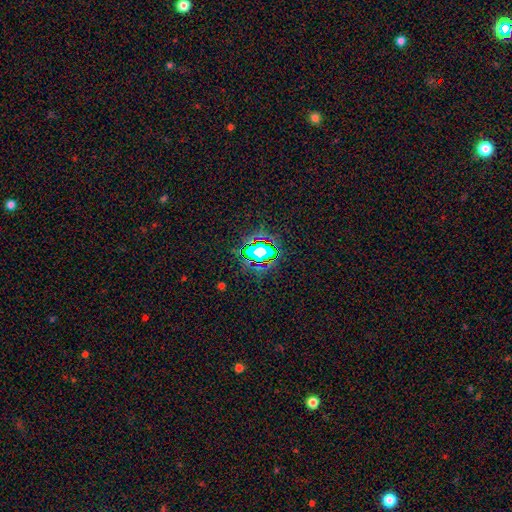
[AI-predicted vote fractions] A star or artifact, not a galaxy (74%).